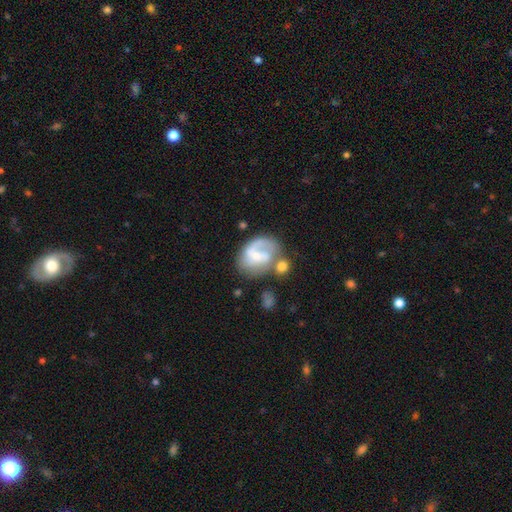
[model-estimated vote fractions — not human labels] A featured or disk galaxy (63%) with a weak bar (44%), spiral arms (77%) and a small central bulge (53%). Merging: none (38%).